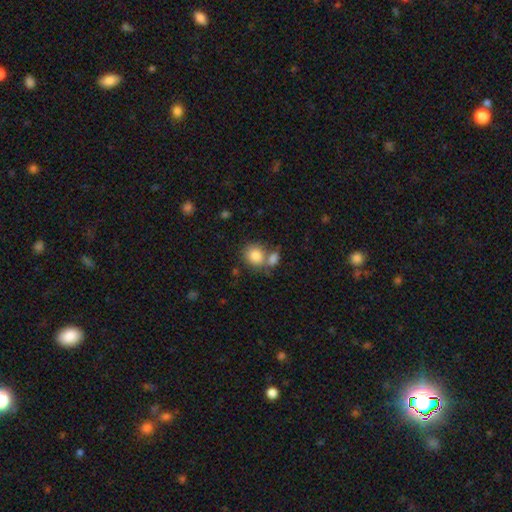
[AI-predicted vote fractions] smooth-or-featured: smooth: 84% | star or artifact: 8% | featured or disk: 8%
  how-rounded: round: 69% | in between: 30% | cigar-shaped: 1%
  merging: none: 49% | merger: 36% | minor disturbance: 11% | major disturbance: 4%